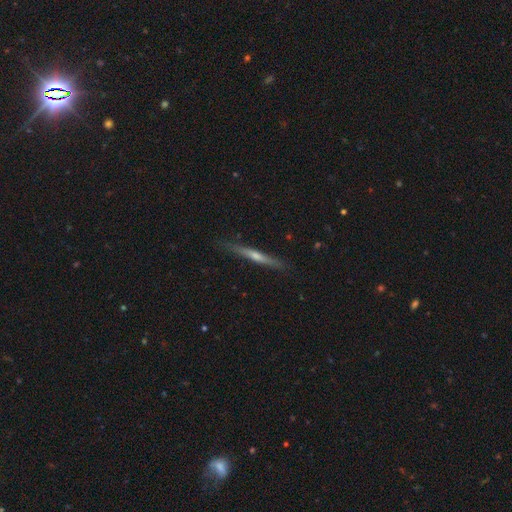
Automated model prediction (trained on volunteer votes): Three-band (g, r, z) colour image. It shows a featured or disk galaxy (62%) viewed edge-on (97%) with a rounded central bulge (65%). Merging: none (87%).